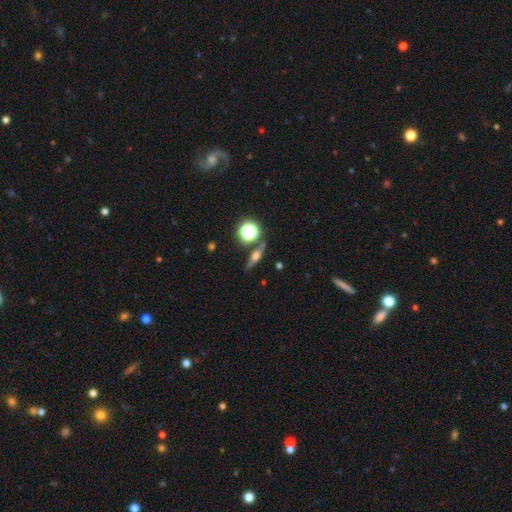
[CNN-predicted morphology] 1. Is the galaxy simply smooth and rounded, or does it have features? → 57% featured or disk, 30% smooth, 13% star or artifact.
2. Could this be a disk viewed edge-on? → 93% yes, 7% no.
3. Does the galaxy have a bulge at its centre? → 91% rounded, 6% boxy, 3% none.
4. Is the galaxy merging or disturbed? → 82% none, 9% minor disturbance, 6% merger, 3% major disturbance.